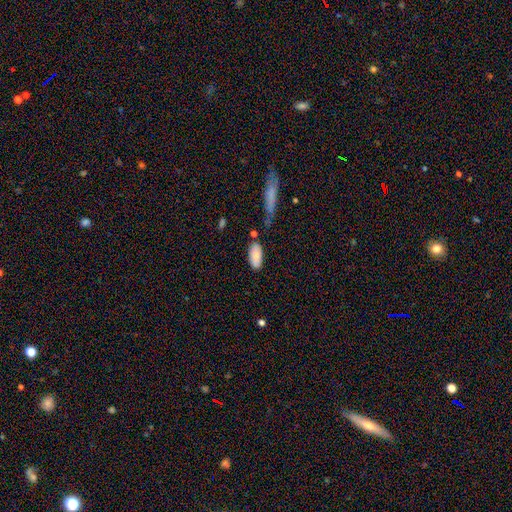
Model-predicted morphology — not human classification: This is clearly a smooth galaxy (83%). How rounded: clearly in between (92%). Merging: likely none (73%).